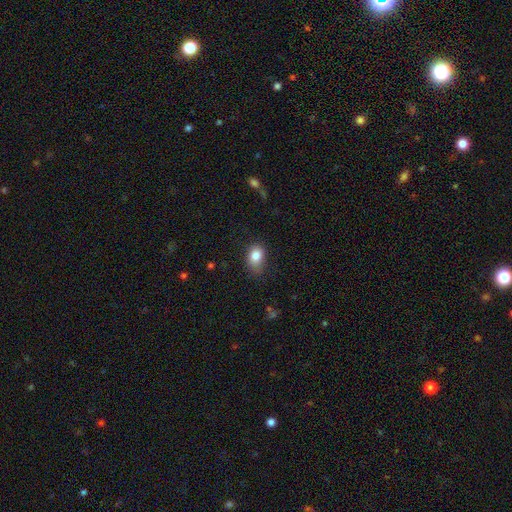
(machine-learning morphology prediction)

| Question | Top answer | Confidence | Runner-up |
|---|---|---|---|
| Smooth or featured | smooth | 83% | star or artifact (9%) |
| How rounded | in between | 73% | round (26%) |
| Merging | none | 65% | minor disturbance (27%) |